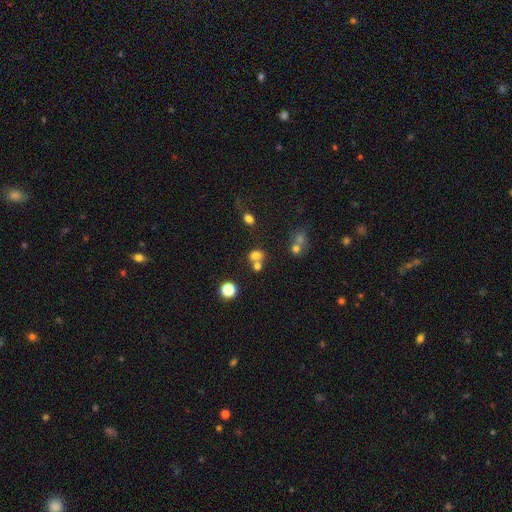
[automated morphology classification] A smooth galaxy with no disk features (70%) that is round (58%).

Vote fractions:
- Smooth or featured? smooth: 70% / star or artifact: 18% / featured or disk: 12%
- How rounded? round: 58% / in between: 41% / cigar-shaped: 1%
- Merging? merger: 44% / none: 42% / minor disturbance: 10% / major disturbance: 5%